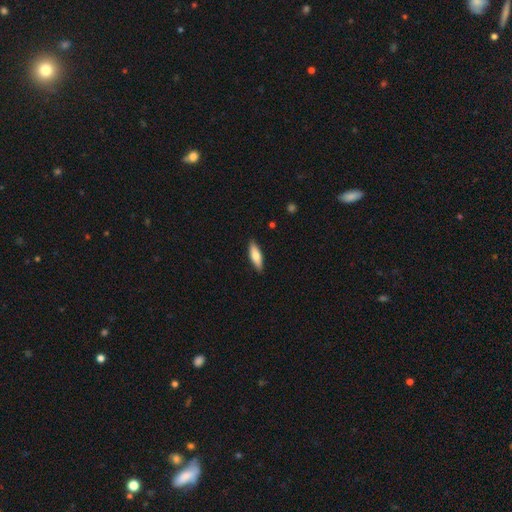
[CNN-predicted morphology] A smooth galaxy with no disk features (73%) that is cigar-shaped (49%, tied with in between).

Vote fractions:
- Smooth or featured? smooth: 73% / featured or disk: 21% / star or artifact: 6%
- How rounded? cigar-shaped: 49% (tied) / in between: 49% (tied) / round: 2%
- Merging? none: 89% / minor disturbance: 9% / major disturbance: 2% / merger: 1%